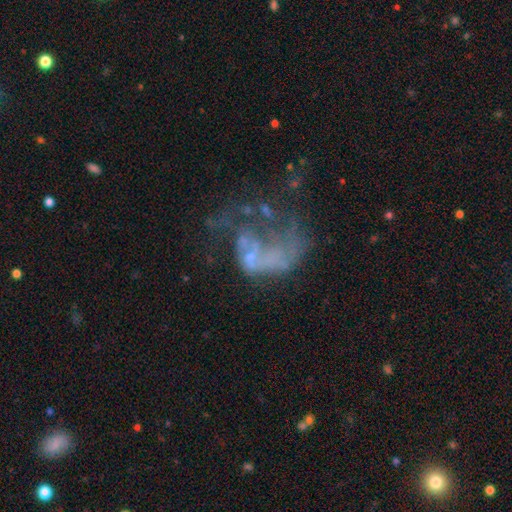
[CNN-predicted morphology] This is likely a featured or disk galaxy (64%). It is clearly not viewed edge-on (98%). Bar: clearly no (86%). Spiral arm pattern: likely no (78%). Central bulge: likely none (67%). Merging: possibly major disturbance (49%).